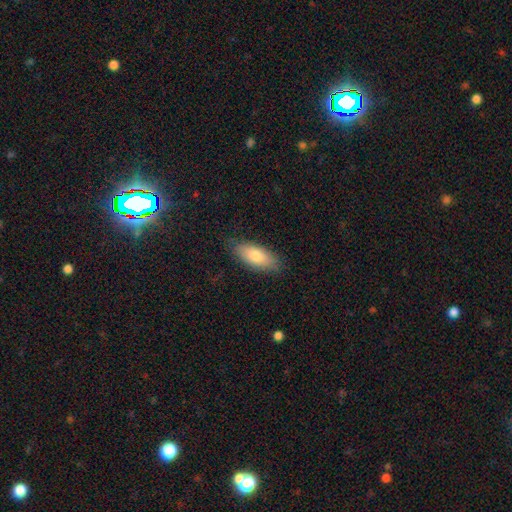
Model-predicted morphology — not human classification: The model was most divided on "how rounded": in between: 81%, cigar-shaped: 17%, round: 2%. More confident: merging — none (83%); smooth or featured — smooth (79%).